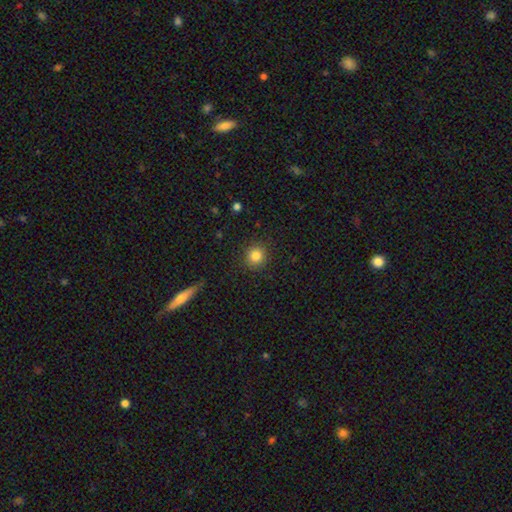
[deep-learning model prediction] Smooth or featured? smooth (84%)
How rounded? round (91%)
Merging? none (89%)